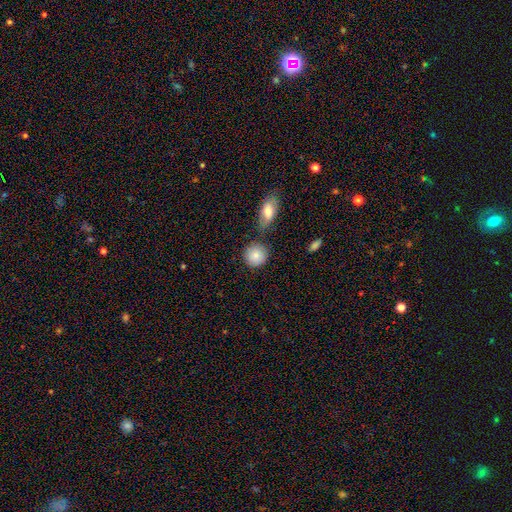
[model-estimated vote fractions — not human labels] Overall: smooth (85%). How rounded: round (89%). Merging: none (75%).